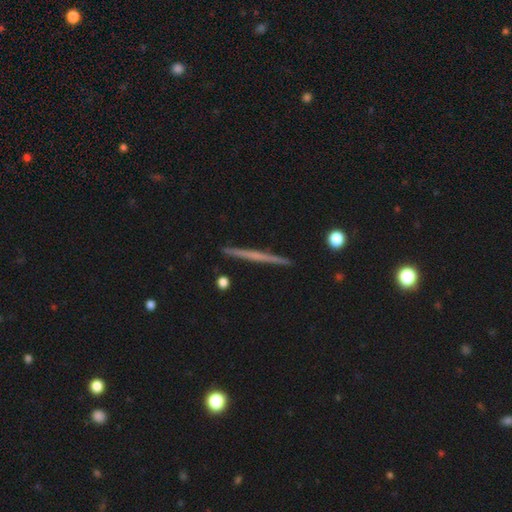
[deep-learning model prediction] featured or disk 60%, smooth 34%, star or artifact 6%. Down the decision tree: edge-on disk — yes (98%); edge-on bulge — none (81%); merging — none (92%).